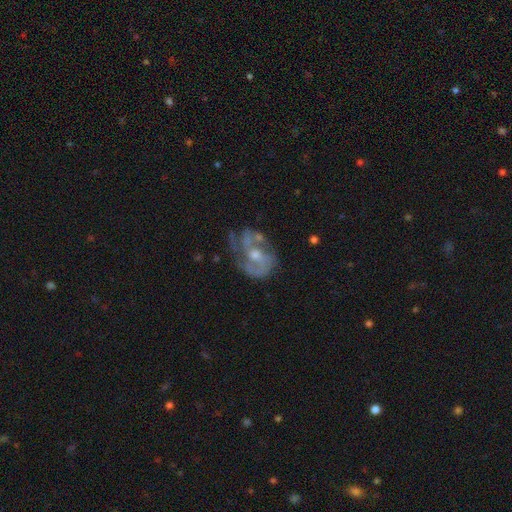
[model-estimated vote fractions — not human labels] Q: Smooth or featured?
A: featured or disk (77%); runner-up: smooth (14%)
Q: Edge-on disk?
A: no (97%); runner-up: yes (3%)
Q: Bar?
A: no (66%); runner-up: weak (28%)
Q: Spiral arms?
A: yes (74%); runner-up: no (26%)
Q: Spiral winding?
A: medium (45%); runner-up: tight (29%)
Q: Spiral arm count?
A: 2 (41%); runner-up: can't tell (28%)
Q: Bulge size?
A: moderate (55%); runner-up: small (35%)
Q: Merging?
A: none (44%); runner-up: major disturbance (25%)